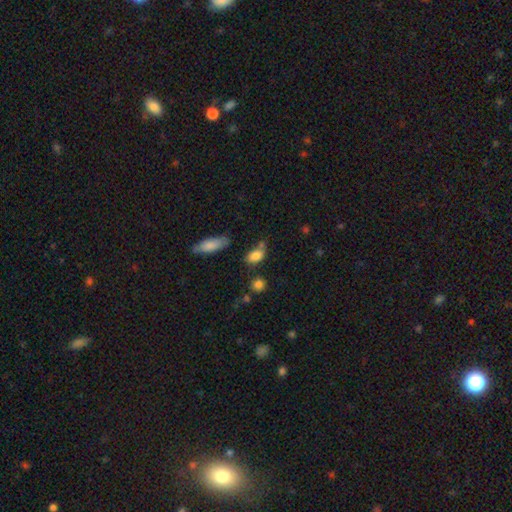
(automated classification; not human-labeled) Morphology: type=smooth (83%); roundness=in between (84%); merging=none (55%).